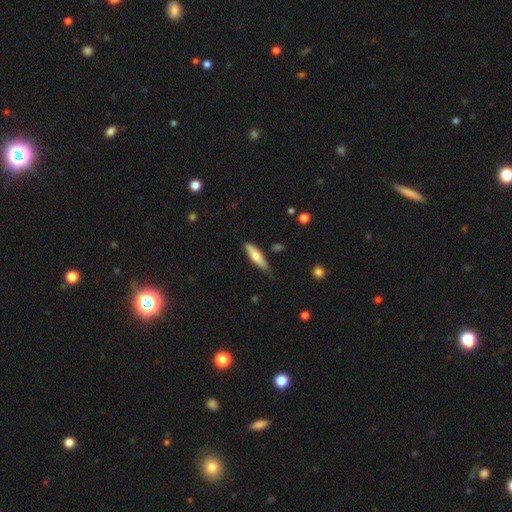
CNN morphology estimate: Smooth or featured? Predicted: smooth (p=0.61). How rounded? Predicted: cigar-shaped (p=0.72). Merging? Predicted: none (p=0.71).